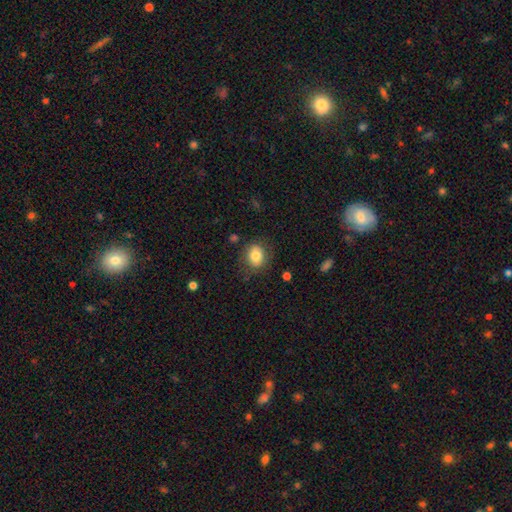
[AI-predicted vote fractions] A smooth galaxy with no disk features (80%) that is round (52%).

Vote fractions:
- Smooth or featured? smooth: 80% / featured or disk: 11% / star or artifact: 9%
- How rounded? round: 52% / in between: 47% / cigar-shaped: 1%
- Merging? none: 79% / minor disturbance: 15% / major disturbance: 5% / merger: 2%